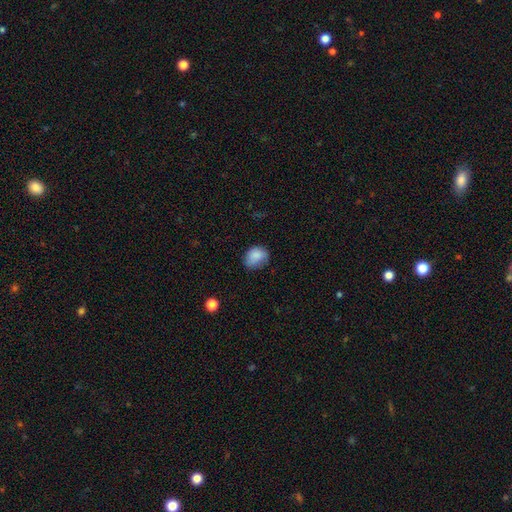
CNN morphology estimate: type=smooth (85%); roundness=in between (53%); merging=none (61%).